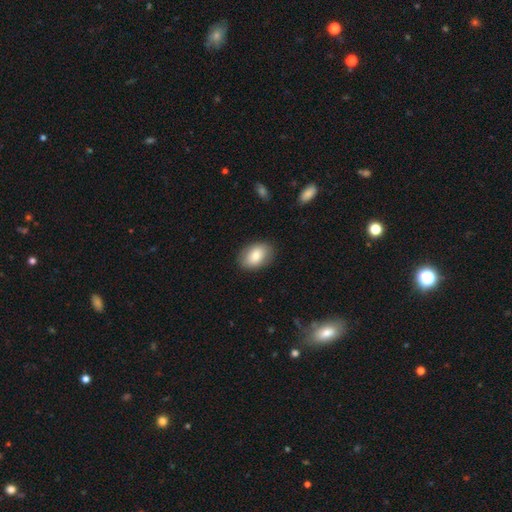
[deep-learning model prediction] Smooth or featured? smooth (81%)
How rounded? in between (86%)
Merging? none (86%)